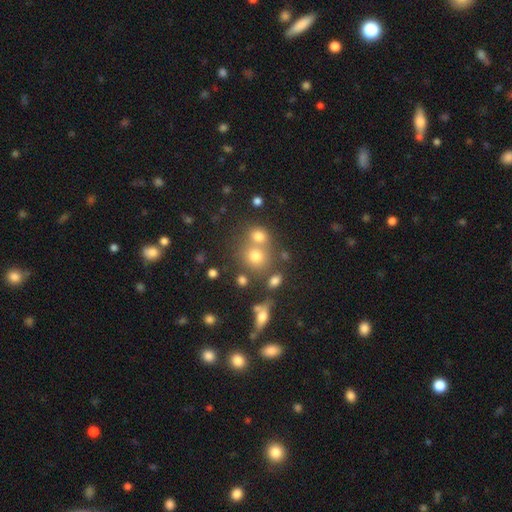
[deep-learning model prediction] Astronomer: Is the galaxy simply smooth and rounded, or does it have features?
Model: smooth — 68%.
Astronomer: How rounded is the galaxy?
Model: round — 81%.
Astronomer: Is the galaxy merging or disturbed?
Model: none — 51% (runner-up: merger, 37%).